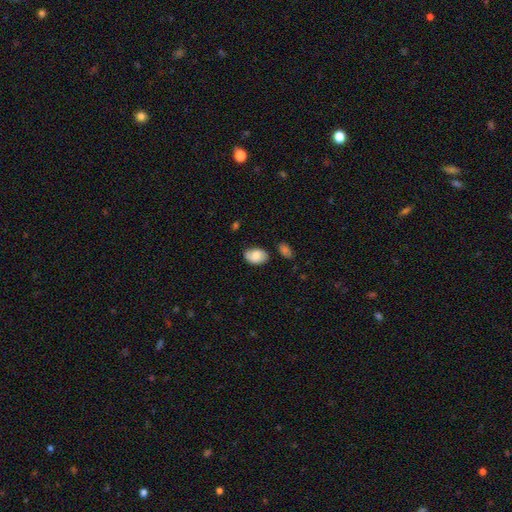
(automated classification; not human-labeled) Smooth or featured?
  - smooth: 72% *
  - featured or disk: 20%
  - star or artifact: 8%
How rounded?
  - in between: 83% *
  - round: 16%
  - cigar-shaped: 1%
Merging?
  - none: 65% *
  - minor disturbance: 25%
  - major disturbance: 6%
  - merger: 4%